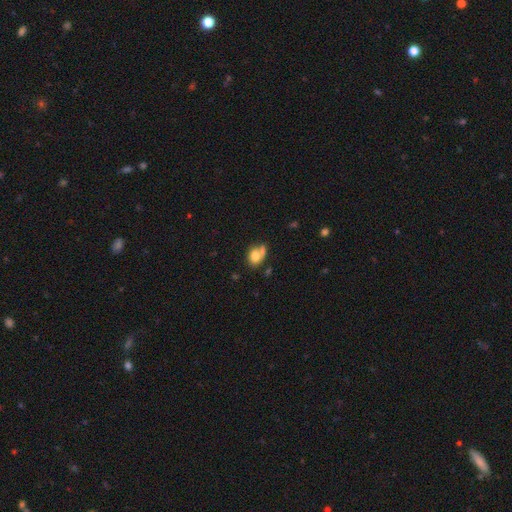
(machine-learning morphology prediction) smooth_or_featured: smooth (p=0.75) [alt: featured or disk p=0.16]
how_rounded: in between (p=0.65) [alt: round p=0.33]
merging: none (p=0.40) [alt: merger p=0.29]